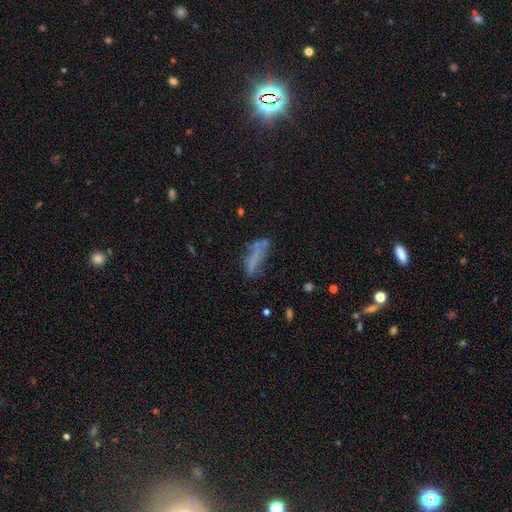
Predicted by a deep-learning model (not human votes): Smooth or featured?
  - smooth: 52% *
  - featured or disk: 31%
  - star or artifact: 16%
How rounded?
  - cigar-shaped: 59% *
  - in between: 38%
  - round: 3%
Merging?
  - none: 44% *
  - minor disturbance: 24%
  - major disturbance: 22%
  - merger: 10%